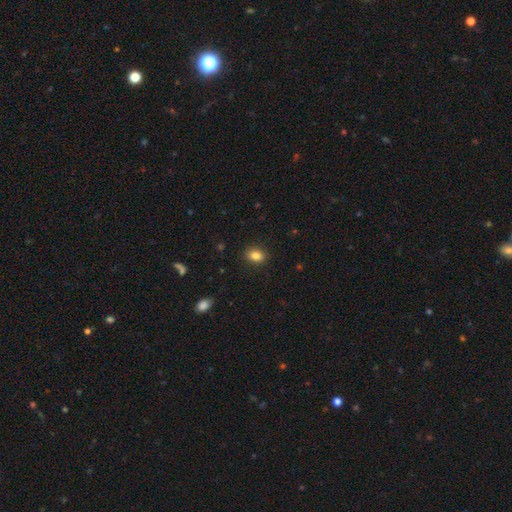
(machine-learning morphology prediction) Smooth or featured: smooth — 84% (star or artifact — 10%)
How rounded: in between — 67% (round — 32%)
Merging: none — 89% (minor disturbance — 8%)